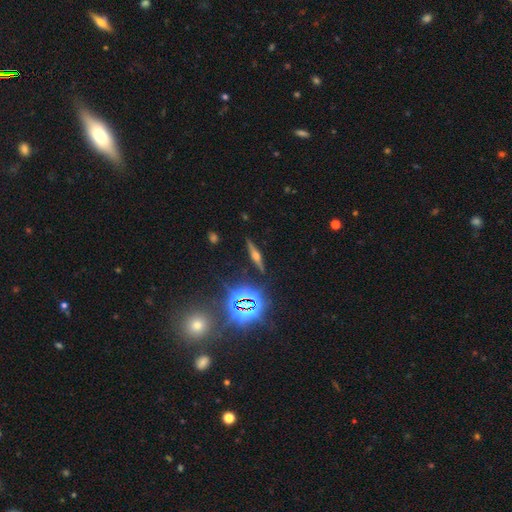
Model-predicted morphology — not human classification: smooth_or_featured: featured or disk (p=0.61) [alt: star or artifact p=0.23]
disk_edge_on: yes (p=0.96) [alt: no p=0.04]
edge_on_bulge: rounded (p=0.92) [alt: boxy p=0.06]
merging: none (p=0.89) [alt: minor disturbance p=0.07]